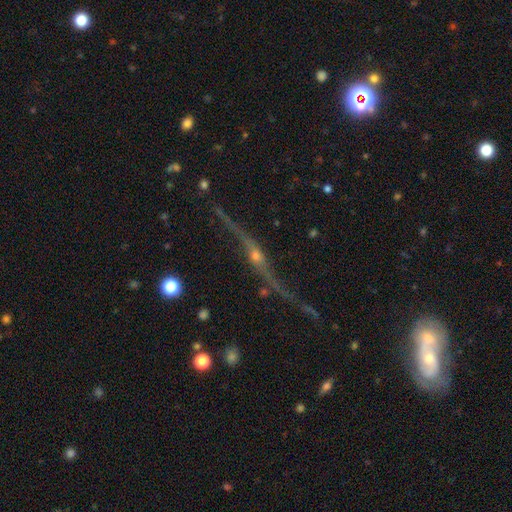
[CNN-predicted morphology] A featured or disk galaxy (84%) viewed edge-on (81%) with a rounded central bulge (92%). Merging: none (73%).